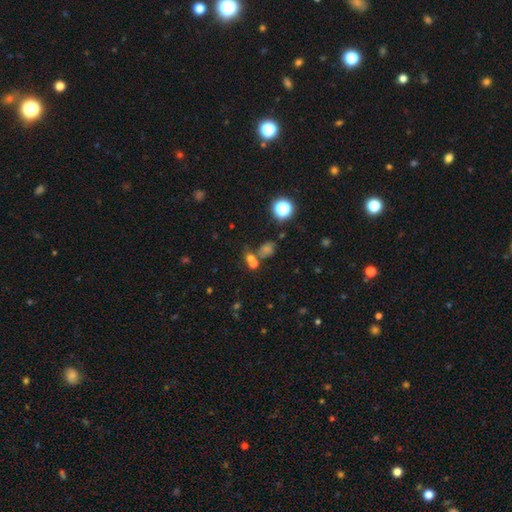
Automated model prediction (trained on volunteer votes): Smooth or featured? star or artifact (43%, tied with smooth)